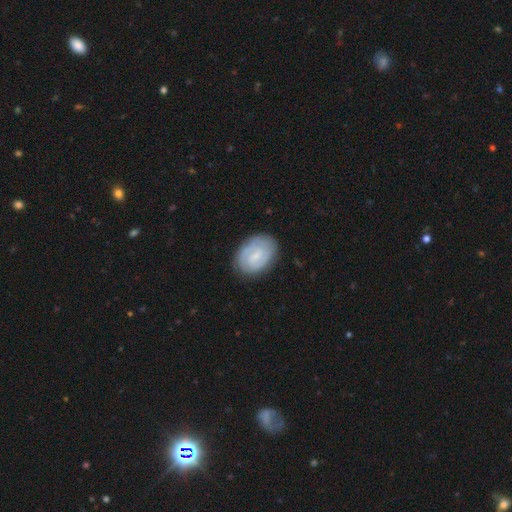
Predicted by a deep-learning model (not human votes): Overall: featured or disk (61%; smooth 33%). Edge-on disk: no (97%). Bar: weak (57%; no 27%). Spiral arms: yes (81%). Bulge size: small (62%). Merging: none (80%).